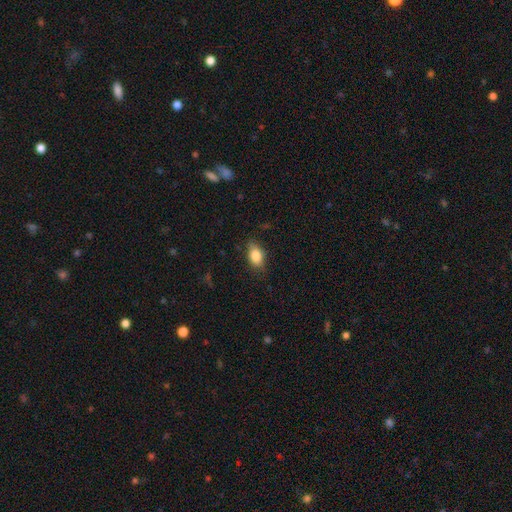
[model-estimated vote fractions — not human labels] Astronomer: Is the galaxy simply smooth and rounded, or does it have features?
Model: smooth — 83%.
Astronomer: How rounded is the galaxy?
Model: in between — 85%.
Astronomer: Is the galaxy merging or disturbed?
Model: none — 78%.